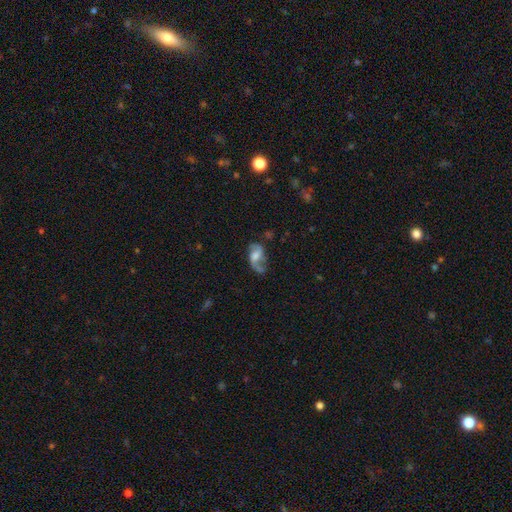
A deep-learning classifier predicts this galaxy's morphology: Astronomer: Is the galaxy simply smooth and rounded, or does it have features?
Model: featured or disk — 73%.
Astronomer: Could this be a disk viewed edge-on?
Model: no — 97%.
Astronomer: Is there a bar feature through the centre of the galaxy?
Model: weak — 44%, tied with no at 44%.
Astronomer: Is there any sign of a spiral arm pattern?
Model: yes — 91%.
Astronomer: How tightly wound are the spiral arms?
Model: loose — 63%.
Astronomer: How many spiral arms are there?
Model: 2 — 82%.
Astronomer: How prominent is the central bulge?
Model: moderate — 39% (runner-up: small, 23%).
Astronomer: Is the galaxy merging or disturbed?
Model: none — 51%.